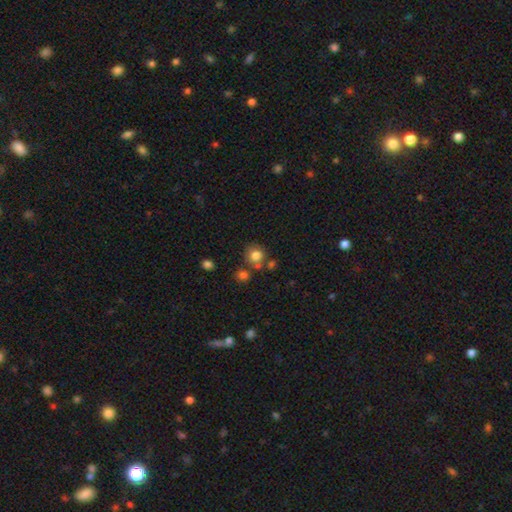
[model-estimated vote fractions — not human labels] This appears to be a smooth galaxy with no disk features (79%) that is round (86%). Merging: none (66%).